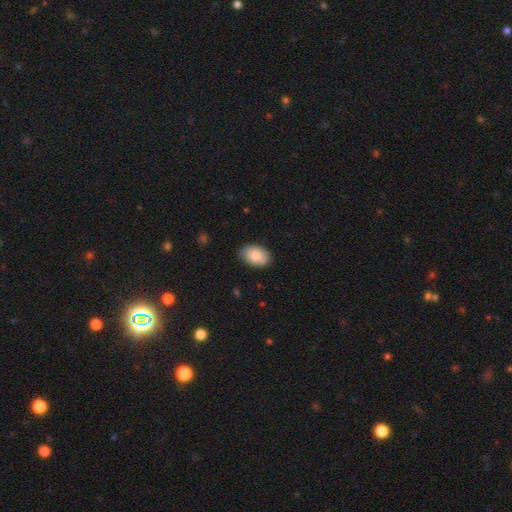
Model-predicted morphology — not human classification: Smooth or featured? Predicted: smooth (p=0.83). How rounded? Predicted: in between (p=0.87). Merging? Predicted: none (p=0.82).